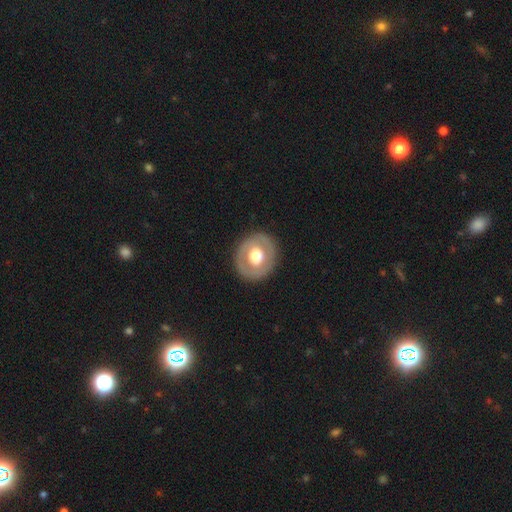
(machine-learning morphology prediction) featured or disk 47% (tied), smooth 47% (tied), star or artifact 6%. Down the decision tree: merging — none (85%).